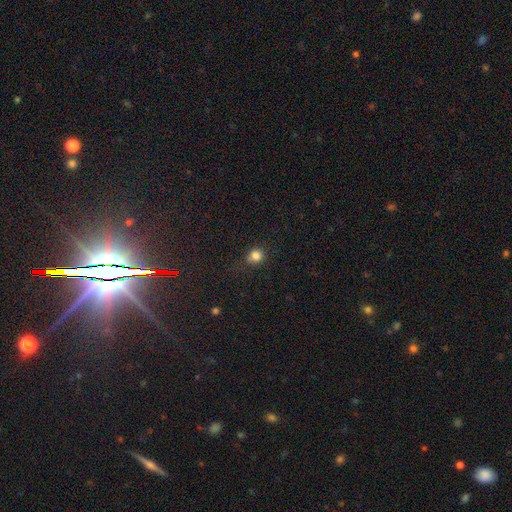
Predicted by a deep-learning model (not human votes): Smooth or featured? smooth (81%)
How rounded? round (82%)
Merging? none (70%)